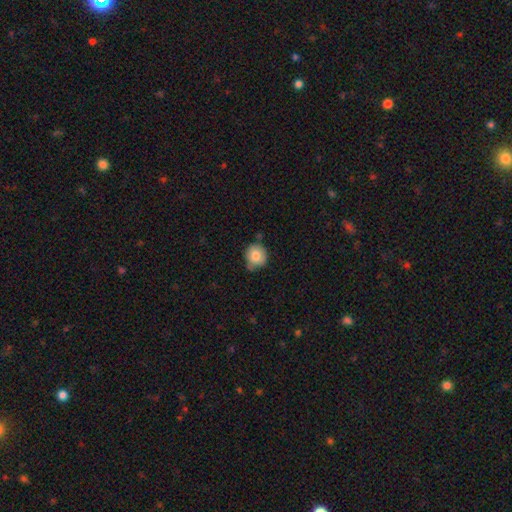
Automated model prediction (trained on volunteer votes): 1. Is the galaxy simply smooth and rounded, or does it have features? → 79% smooth, 12% featured or disk, 8% star or artifact.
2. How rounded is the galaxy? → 83% round, 16% in between, 1% cigar-shaped.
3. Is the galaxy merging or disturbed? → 64% none, 27% minor disturbance, 5% merger, 4% major disturbance.